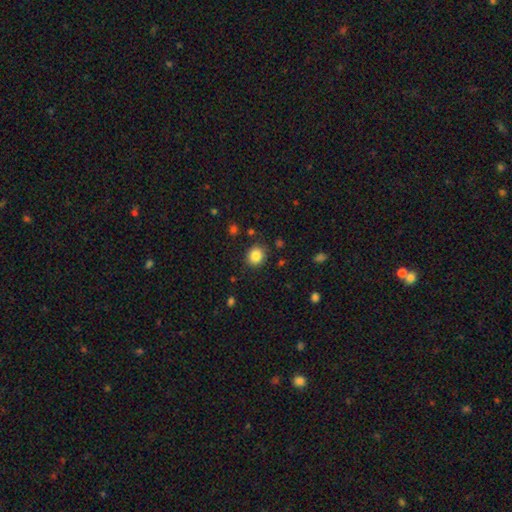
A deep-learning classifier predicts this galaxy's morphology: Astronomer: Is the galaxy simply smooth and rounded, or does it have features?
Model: smooth — 85%.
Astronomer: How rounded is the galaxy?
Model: round — 79%.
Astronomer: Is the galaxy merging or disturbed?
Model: none — 86%.